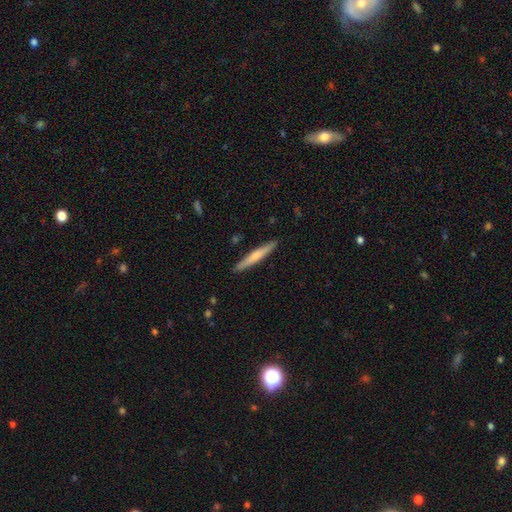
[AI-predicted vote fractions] This is possibly a smooth galaxy (55%). How rounded: clearly cigar-shaped (95%). Merging: clearly none (90%).